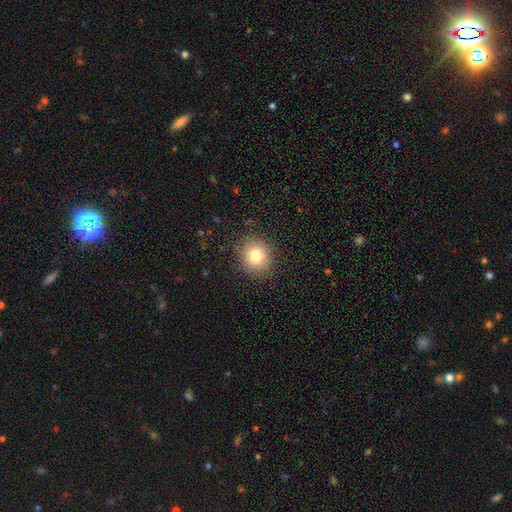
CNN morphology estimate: The model was most divided on "smooth or featured": smooth: 79%, star or artifact: 12%, featured or disk: 9%. More confident: merging — none (88%); how rounded — round (86%).